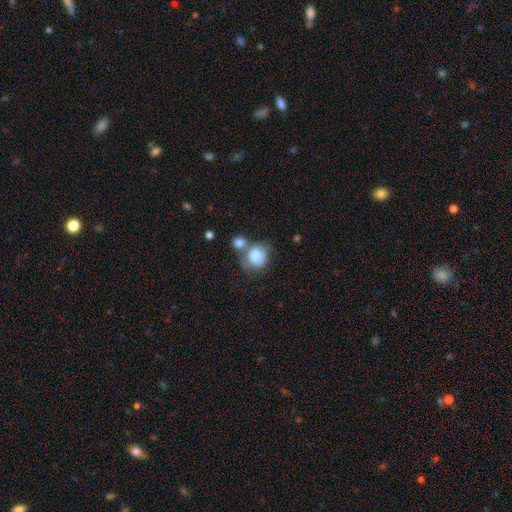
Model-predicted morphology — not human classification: Overall: smooth (78%). How rounded: round (65%; in between 33%). Merging: merger (42%; none 31%).